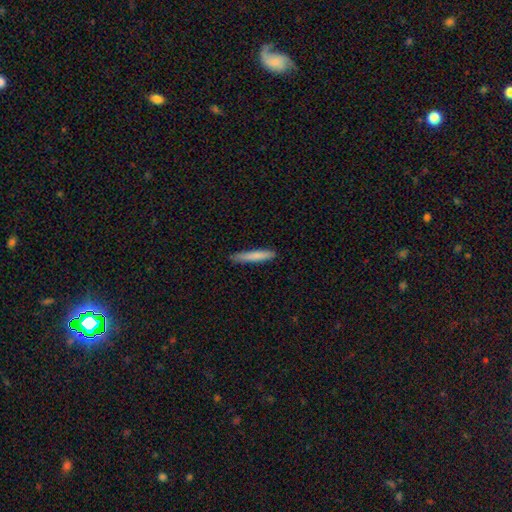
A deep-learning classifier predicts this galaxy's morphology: This appears to be a smooth galaxy with no disk features (79%) that is cigar-shaped (94%). Merging: none (84%).